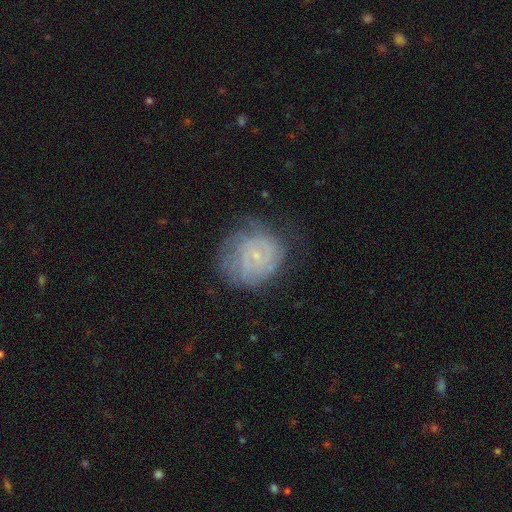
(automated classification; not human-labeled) Smooth or featured? Predicted: featured or disk (p=0.65). Edge-on disk? Predicted: no (p=0.98). Bar? Predicted: no (p=0.67). Spiral arms? Predicted: yes (p=0.84). Spiral winding? Predicted: tight (p=0.68). Spiral arm count? Predicted: can't tell (p=0.53). Bulge size? Predicted: small (p=0.81). Merging? Predicted: none (p=0.63).